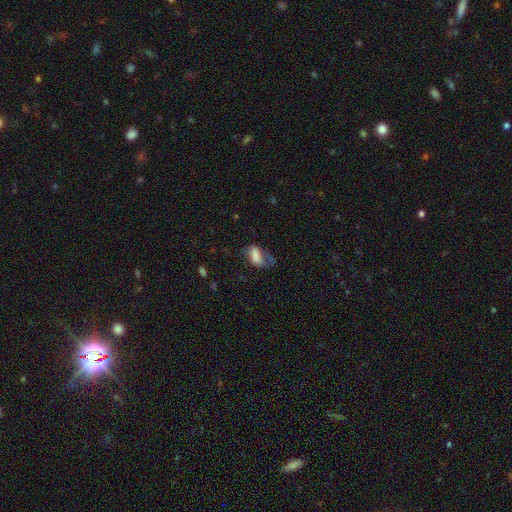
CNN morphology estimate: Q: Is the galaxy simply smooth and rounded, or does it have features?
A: smooth — 66%.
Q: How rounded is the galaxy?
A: in between — 90%.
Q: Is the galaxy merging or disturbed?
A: major disturbance — 39%.